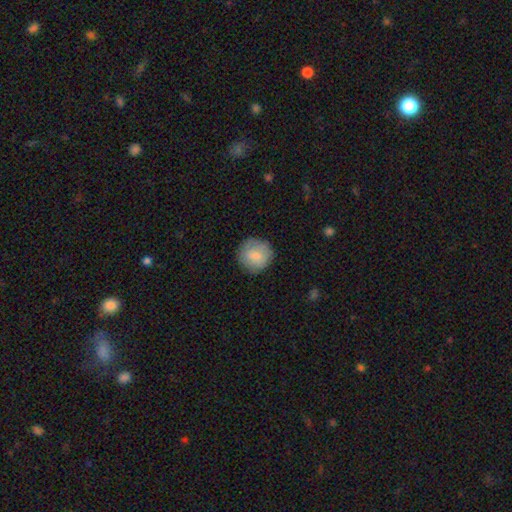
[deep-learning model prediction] Smooth or featured?
  - smooth: 82% *
  - featured or disk: 11%
  - star or artifact: 7%
How rounded?
  - round: 93% *
  - in between: 6%
  - cigar-shaped: 1%
Merging?
  - none: 83% *
  - minor disturbance: 13%
  - major disturbance: 3%
  - merger: 1%